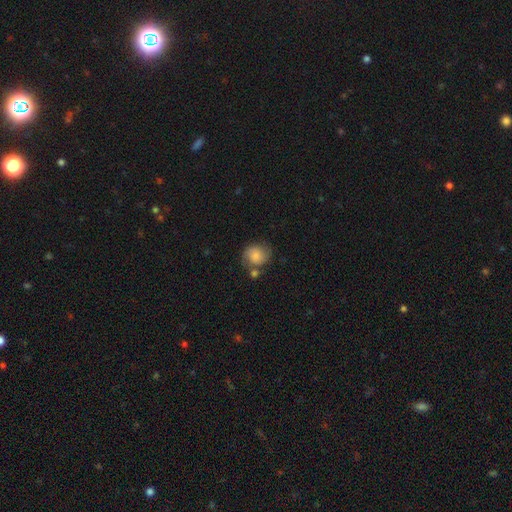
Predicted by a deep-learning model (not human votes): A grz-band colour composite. It shows a smooth galaxy with no disk features (66%) that is round (75%). Merging: none (55%).